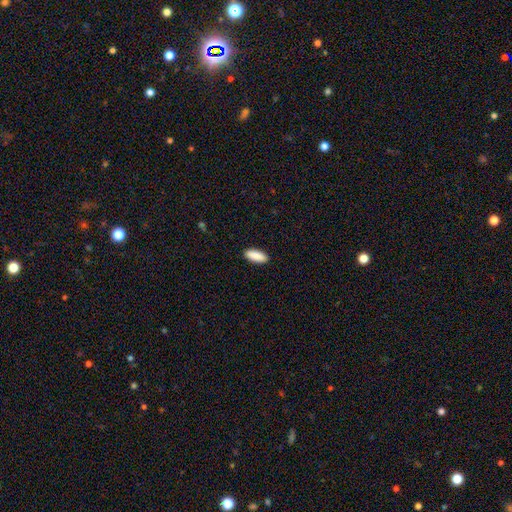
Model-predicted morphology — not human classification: This appears to be a smooth galaxy with no disk features (91%) that is in between round and cigar-shaped (78%). Merging: none (91%).